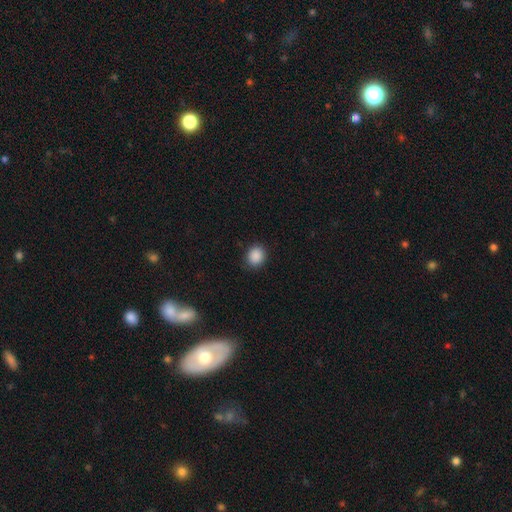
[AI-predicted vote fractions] smooth-or-featured: smooth: 89% | star or artifact: 9% | featured or disk: 3%
  how-rounded: round: 70% | in between: 29% | cigar-shaped: 1%
  merging: none: 87% | minor disturbance: 10% | major disturbance: 3% | merger: 1%